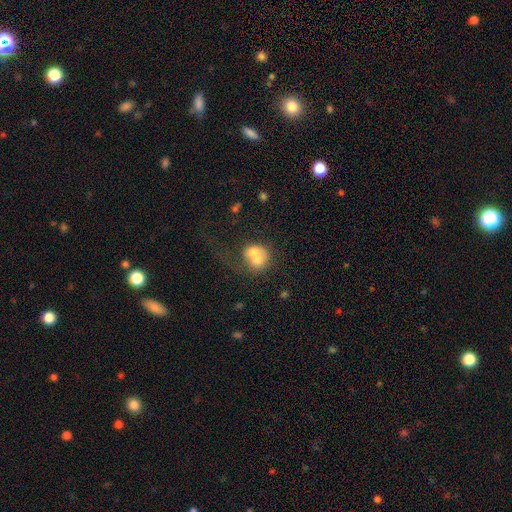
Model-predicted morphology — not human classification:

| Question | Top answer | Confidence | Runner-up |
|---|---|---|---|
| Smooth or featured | smooth | 62% | featured or disk (29%) |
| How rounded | round | 66% | in between (33%) |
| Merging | merger | 62% | none (20%) |